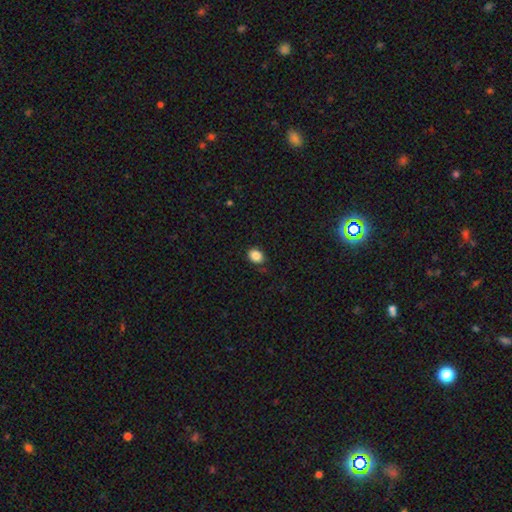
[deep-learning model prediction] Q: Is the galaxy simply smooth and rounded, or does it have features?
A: smooth — 87%.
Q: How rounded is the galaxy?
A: in between — 58%.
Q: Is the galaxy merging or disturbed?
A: none — 84%.